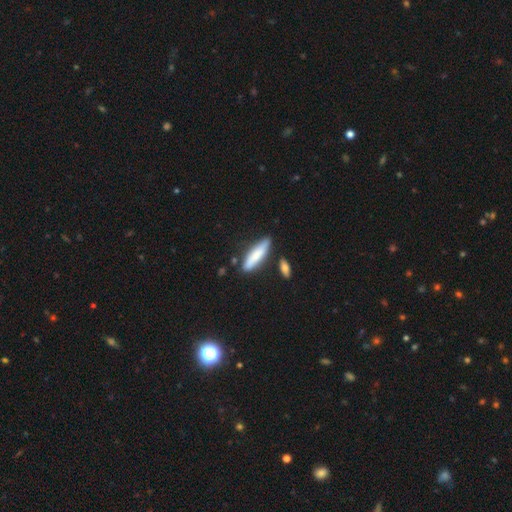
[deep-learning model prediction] Overall: smooth (73%). How rounded: cigar-shaped (68%; in between 30%). Merging: none (75%).